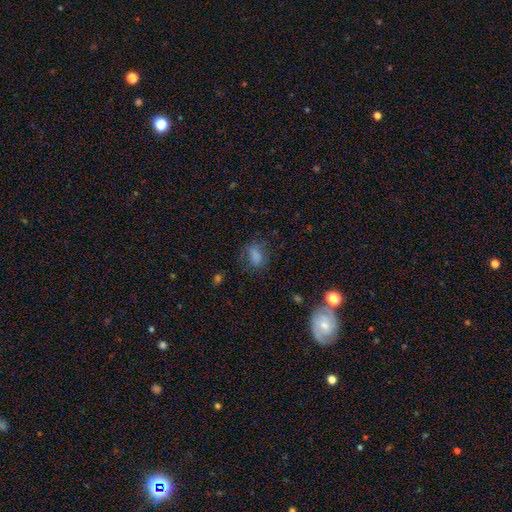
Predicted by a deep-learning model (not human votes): This is likely a smooth galaxy (74%). How rounded: likely in between (71%). Merging: likely none (61%).